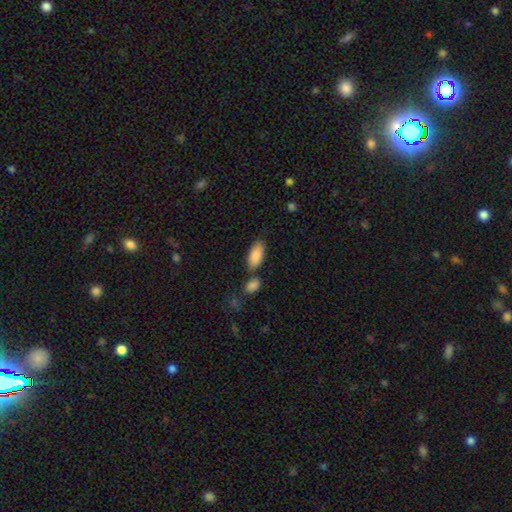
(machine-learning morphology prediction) Overall: smooth (87%). How rounded: in between (88%). Merging: none (69%).